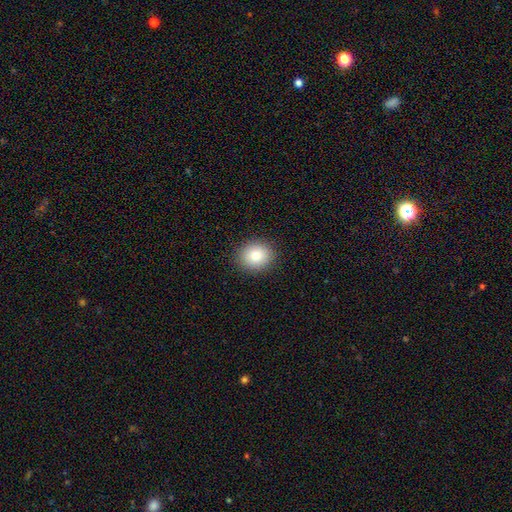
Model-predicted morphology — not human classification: This is clearly a smooth galaxy (82%). How rounded: likely round (72%). Merging: clearly none (90%).